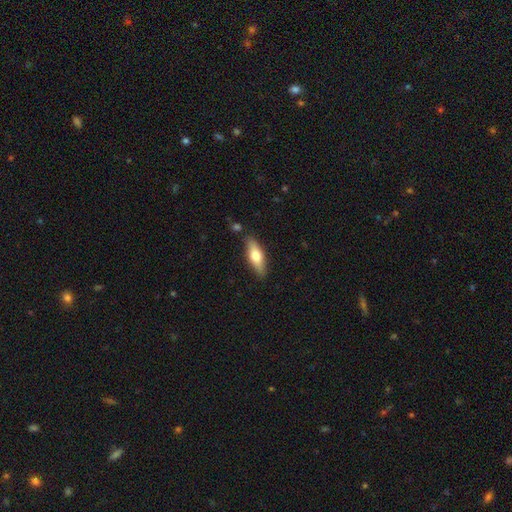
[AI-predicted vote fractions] Smooth or featured?
  - smooth: 62% *
  - featured or disk: 33%
  - star or artifact: 6%
How rounded?
  - in between: 53% *
  - cigar-shaped: 45%
  - round: 2%
Merging?
  - none: 84% *
  - minor disturbance: 11%
  - merger: 3%
  - major disturbance: 2%